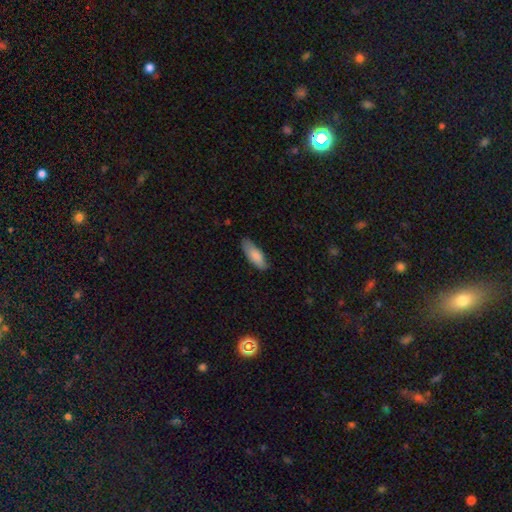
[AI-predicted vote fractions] smooth_or_featured: smooth (p=0.85) [alt: featured or disk p=0.10]
how_rounded: in between (p=0.71) [alt: cigar-shaped p=0.28]
merging: none (p=0.76) [alt: minor disturbance p=0.20]